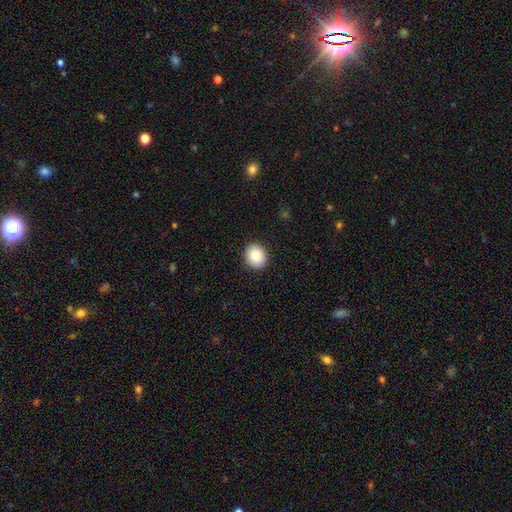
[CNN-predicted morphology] Smooth or featured: smooth — 87% (star or artifact — 8%)
How rounded: round — 67% (in between — 32%)
Merging: none — 90% (minor disturbance — 7%)